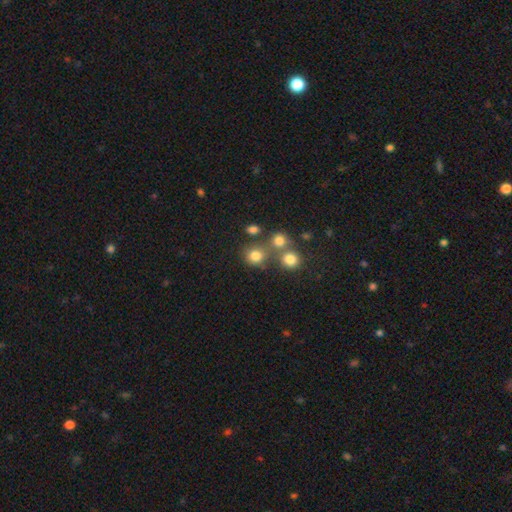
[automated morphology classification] smooth 78%, star or artifact 14%, featured or disk 8%. Down the decision tree: how rounded — round (83%); merging — none (60%).